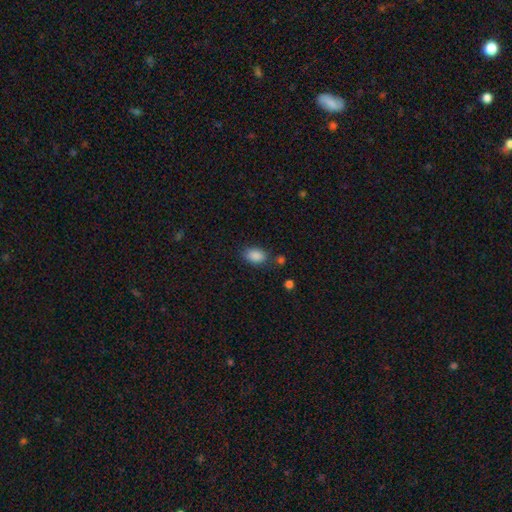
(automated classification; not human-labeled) Smooth or featured? smooth (88%)
How rounded? in between (86%)
Merging? none (75%)